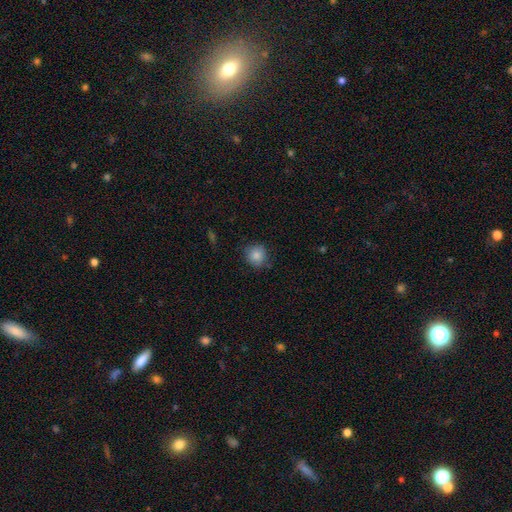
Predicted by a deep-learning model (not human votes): smooth-or-featured: smooth: 85% | star or artifact: 10% | featured or disk: 5%
  how-rounded: round: 90% | in between: 9% | cigar-shaped: 1%
  merging: none: 82% | minor disturbance: 13% | major disturbance: 3% | merger: 2%